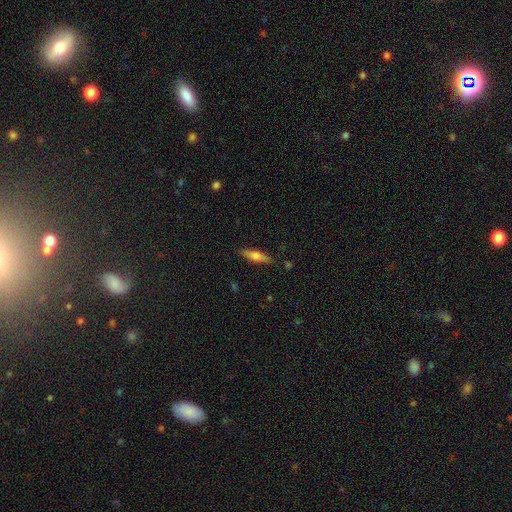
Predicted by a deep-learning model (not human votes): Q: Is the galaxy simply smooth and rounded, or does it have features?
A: smooth — 55%.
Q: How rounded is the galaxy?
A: cigar-shaped — 70%.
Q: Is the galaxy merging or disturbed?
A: none — 87%.